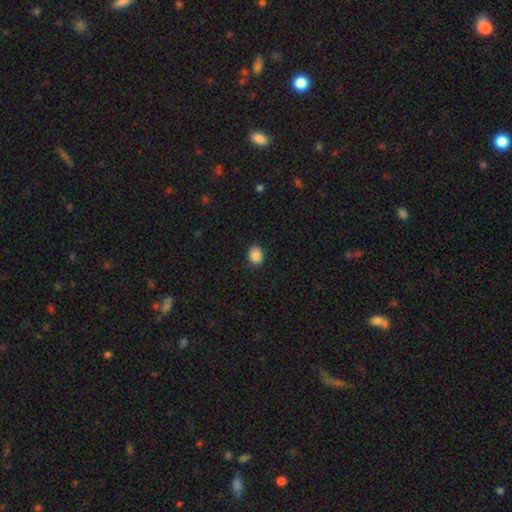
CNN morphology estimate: type=smooth (88%); roundness=in between (56%); merging=none (87%).